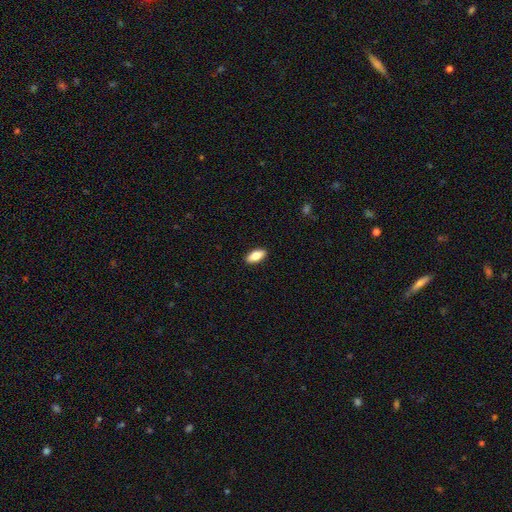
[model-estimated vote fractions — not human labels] Smooth or featured: smooth — 78% (featured or disk — 15%)
How rounded: in between — 83% (cigar-shaped — 14%)
Merging: none — 90% (minor disturbance — 7%)